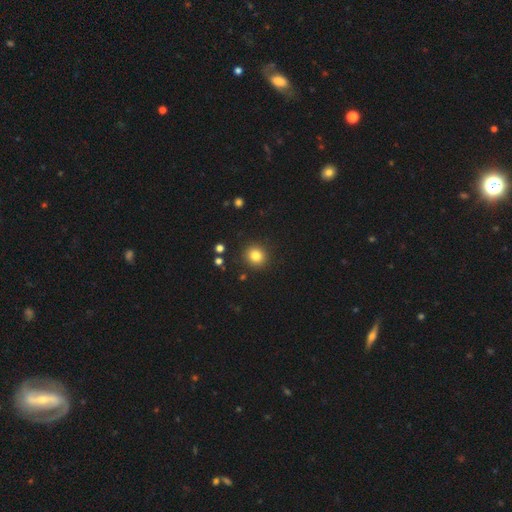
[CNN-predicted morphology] type=smooth (82%); roundness=round (89%); merging=none (90%).